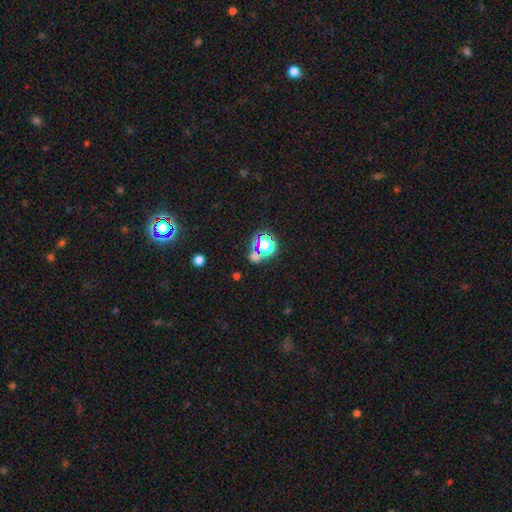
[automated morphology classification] star or artifact 47%, smooth 44%, featured or disk 8%.